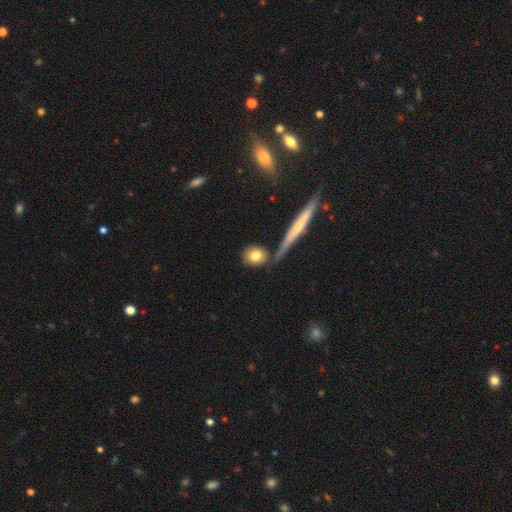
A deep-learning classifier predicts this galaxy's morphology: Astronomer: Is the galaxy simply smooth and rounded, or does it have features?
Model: smooth — 79%.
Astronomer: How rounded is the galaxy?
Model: round — 59%.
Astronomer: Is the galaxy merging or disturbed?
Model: none — 74%.